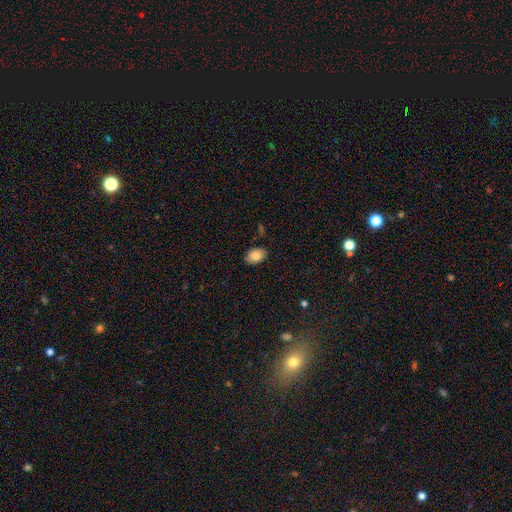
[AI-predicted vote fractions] The model was most divided on "how rounded": in between: 85%, round: 14%, cigar-shaped: 1%. More confident: merging — none (85%); smooth or featured — smooth (83%).